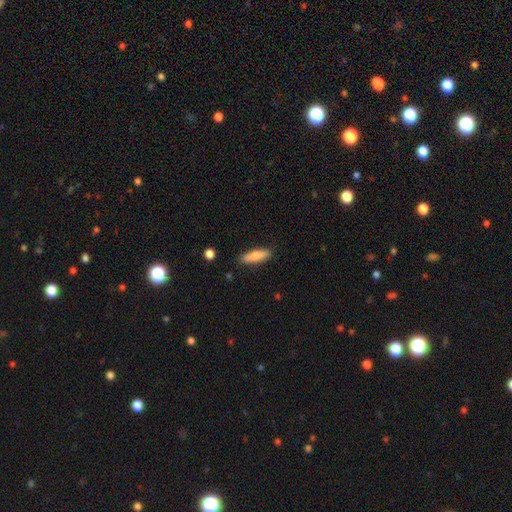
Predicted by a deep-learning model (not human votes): A smooth galaxy with no disk features (82%) that is cigar-shaped (60%).

Vote fractions:
- Smooth or featured? smooth: 82% / featured or disk: 12% / star or artifact: 6%
- How rounded? cigar-shaped: 60% / in between: 38% / round: 2%
- Merging? none: 86% / minor disturbance: 11% / major disturbance: 2% / merger: 2%